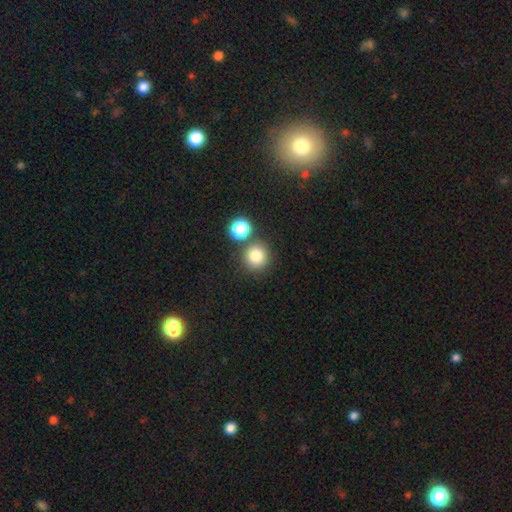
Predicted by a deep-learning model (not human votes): Overall: smooth (81%). How rounded: round (92%). Merging: none (74%).